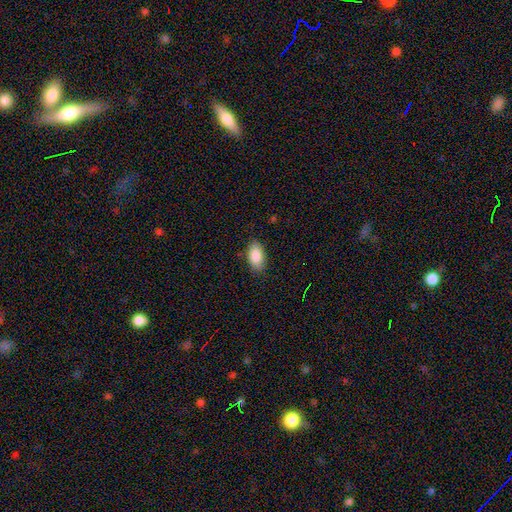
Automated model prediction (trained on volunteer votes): Smooth or featured? Predicted: smooth (p=0.88). How rounded? Predicted: in between (p=0.94). Merging? Predicted: none (p=0.85).